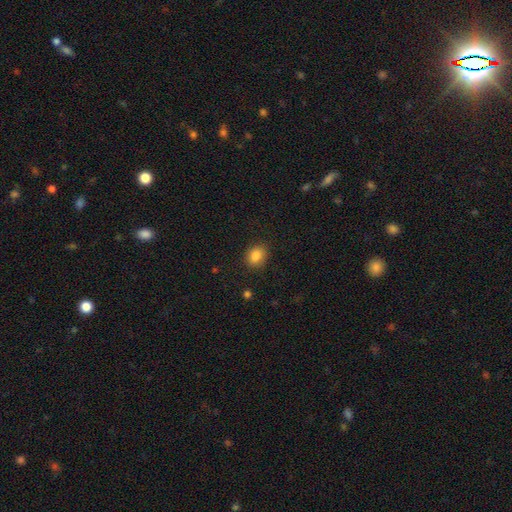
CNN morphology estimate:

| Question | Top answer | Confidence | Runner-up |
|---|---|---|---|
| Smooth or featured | smooth | 86% | star or artifact (10%) |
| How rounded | in between | 56% | round (43%) |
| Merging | none | 85% | minor disturbance (11%) |